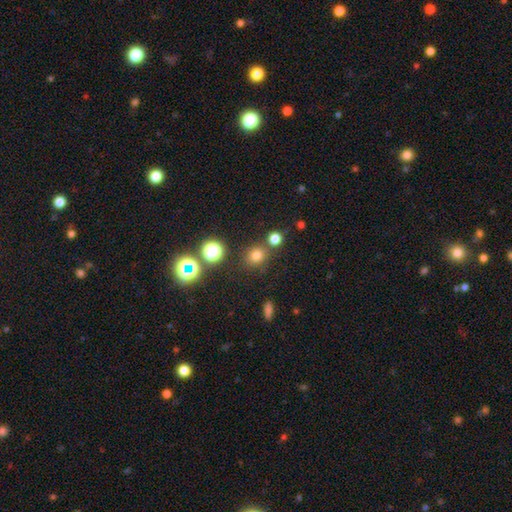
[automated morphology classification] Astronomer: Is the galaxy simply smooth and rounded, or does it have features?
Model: smooth — 72%.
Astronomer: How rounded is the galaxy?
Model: round — 73%.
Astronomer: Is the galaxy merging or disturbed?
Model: none — 75%.